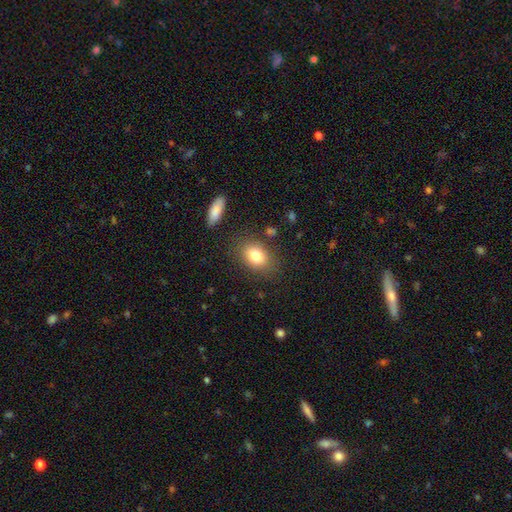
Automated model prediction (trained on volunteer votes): A smooth galaxy with no disk features (81%) that is in between round and cigar-shaped (73%).

Vote fractions:
- Smooth or featured? smooth: 81% / featured or disk: 10% / star or artifact: 9%
- How rounded? in between: 73% / round: 26% / cigar-shaped: 1%
- Merging? none: 80% / minor disturbance: 12% / major disturbance: 4% / merger: 3%